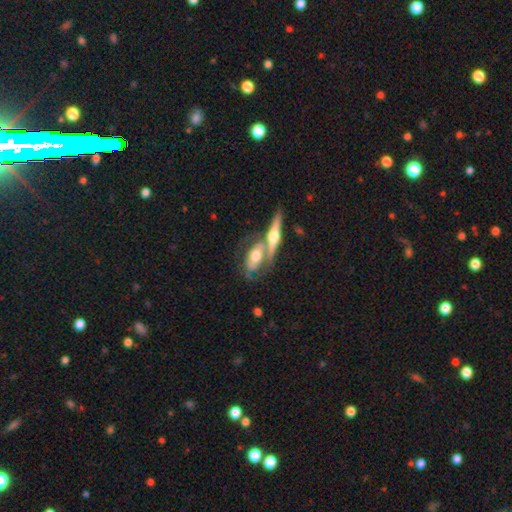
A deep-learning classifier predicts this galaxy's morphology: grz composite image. It shows a featured or disk galaxy (65%) viewed edge-on (66%). Merging: merger (44%).